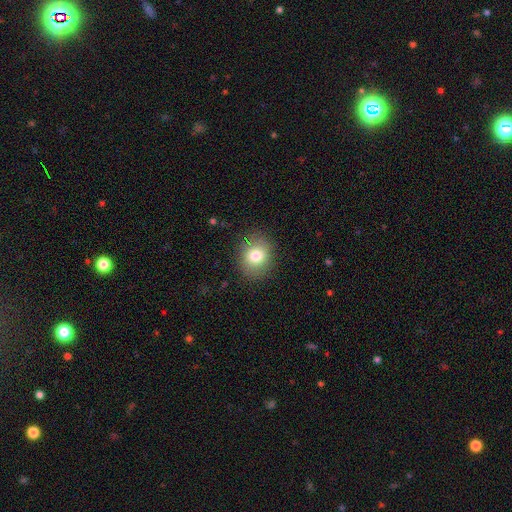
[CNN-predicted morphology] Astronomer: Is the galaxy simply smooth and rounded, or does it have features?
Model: smooth — 78%.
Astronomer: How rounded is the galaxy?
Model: round — 66%.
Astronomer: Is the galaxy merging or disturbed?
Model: none — 85%.